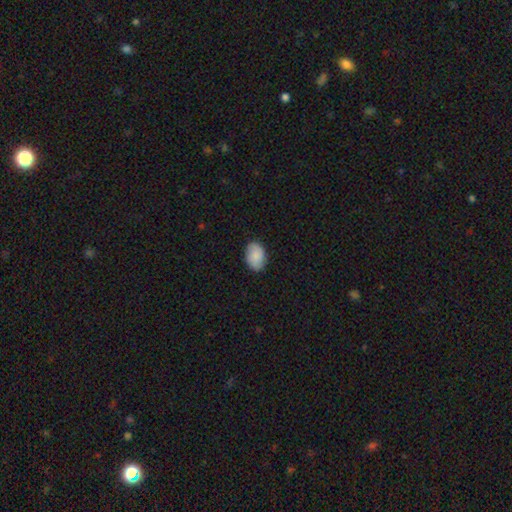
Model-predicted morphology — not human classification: Smooth or featured: smooth — 84% (featured or disk — 9%)
How rounded: in between — 83% (round — 16%)
Merging: none — 86% (minor disturbance — 11%)